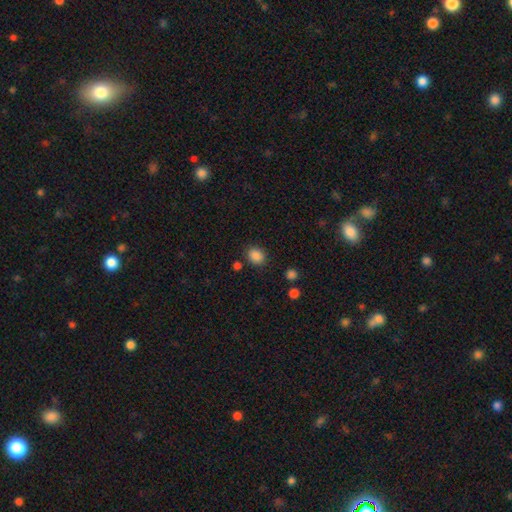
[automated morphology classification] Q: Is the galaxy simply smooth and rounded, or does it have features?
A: smooth — 86%.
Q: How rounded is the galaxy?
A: round — 52%.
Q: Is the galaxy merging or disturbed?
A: none — 82%.